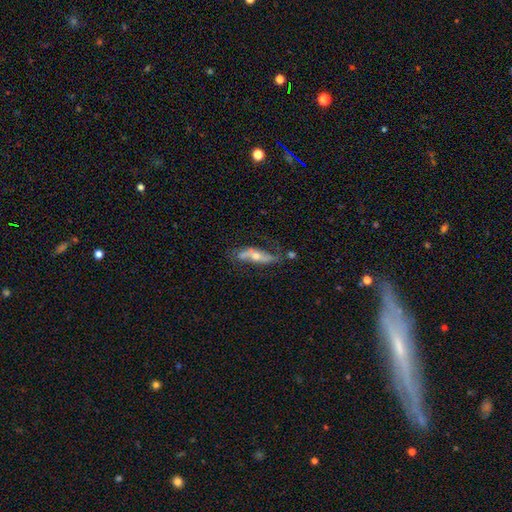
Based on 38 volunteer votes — Q: Smooth or featured?
A: featured or disk (76%); runner-up: smooth (24%)
Q: Edge-on disk?
A: no (69%); runner-up: yes (31%)
Q: Bar?
A: no (65%); runner-up: strong (25%)
Q: Spiral arms?
A: yes (70%); runner-up: no (30%)
Q: Spiral winding?
A: medium (43%); runner-up: loose (36%)
Q: Spiral arm count?
A: 2 (71%); runner-up: can't tell (29%)
Q: Bulge size?
A: moderate (55%); runner-up: large (20%)
Q: Merging?
A: none (39%); runner-up: minor disturbance (26%)